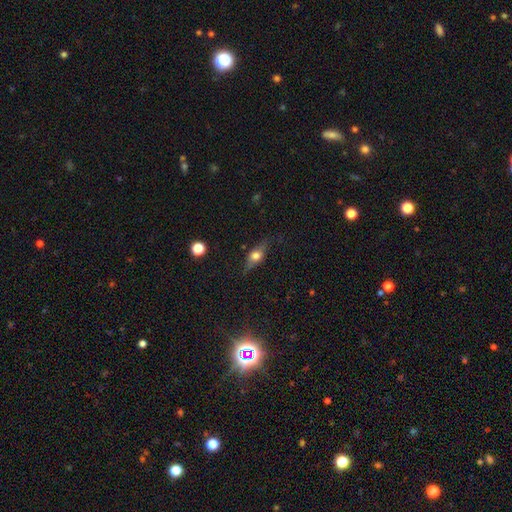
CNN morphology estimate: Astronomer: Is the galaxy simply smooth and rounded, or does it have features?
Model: featured or disk — 54% (runner-up: smooth, 37%).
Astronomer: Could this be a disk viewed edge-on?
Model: yes — 91%.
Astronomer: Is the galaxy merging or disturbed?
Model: none — 80%.